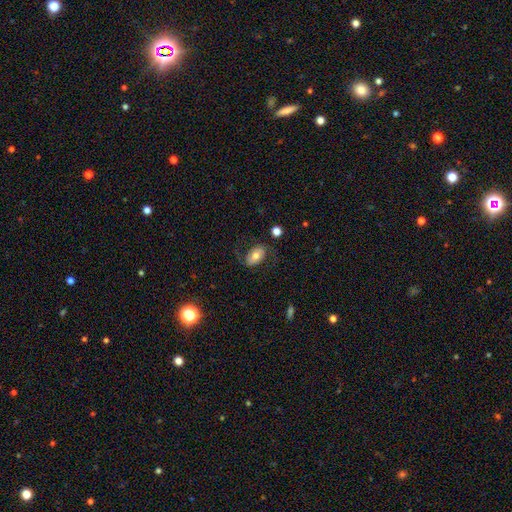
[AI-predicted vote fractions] Smooth or featured? Predicted: smooth (p=0.60). How rounded? Predicted: in between (p=0.90). Merging? Predicted: none (p=0.69).